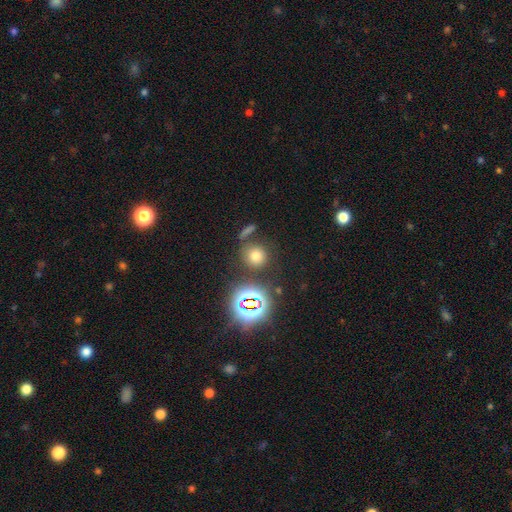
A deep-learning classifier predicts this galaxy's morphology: smooth_or_featured: smooth (p=0.67) [alt: star or artifact p=0.24]
how_rounded: round (p=0.88) [alt: in between p=0.11]
merging: none (p=0.76) [alt: minor disturbance p=0.10]